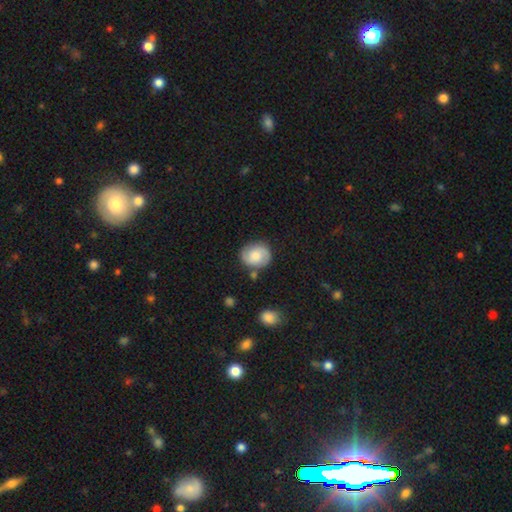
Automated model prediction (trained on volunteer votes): Smooth or featured? smooth (51%)
How rounded? round (69%)
Merging? none (76%)